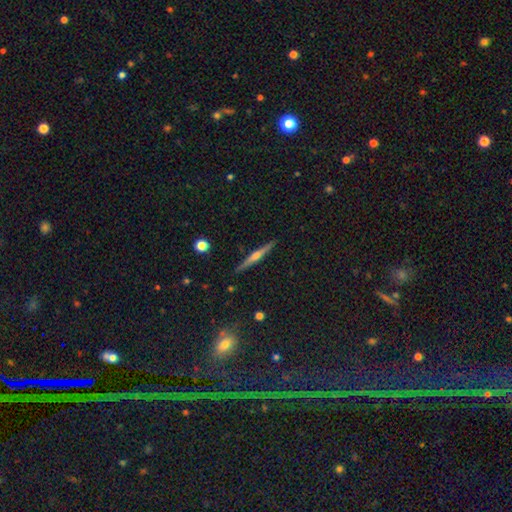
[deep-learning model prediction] Smooth or featured? Predicted: featured or disk (p=0.67). Edge-on disk? Predicted: yes (p=0.98). Edge-on bulge? Predicted: rounded (p=0.77). Merging? Predicted: none (p=0.90).